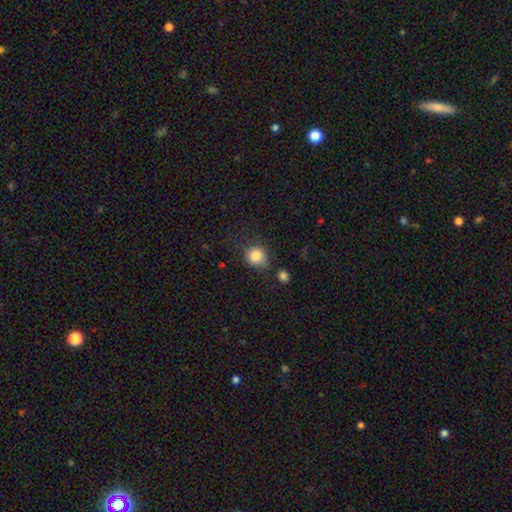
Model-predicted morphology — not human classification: smooth-or-featured: smooth: 84% | star or artifact: 10% | featured or disk: 6%
  how-rounded: round: 76% | in between: 23% | cigar-shaped: 1%
  merging: none: 63% | minor disturbance: 24% | major disturbance: 8% | merger: 6%